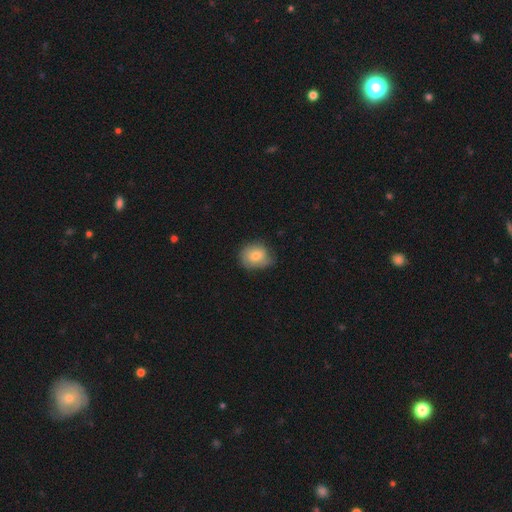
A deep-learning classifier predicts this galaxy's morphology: Overall: smooth (75%). How rounded: round (68%; in between 31%). Merging: none (54%; minor disturbance 36%).